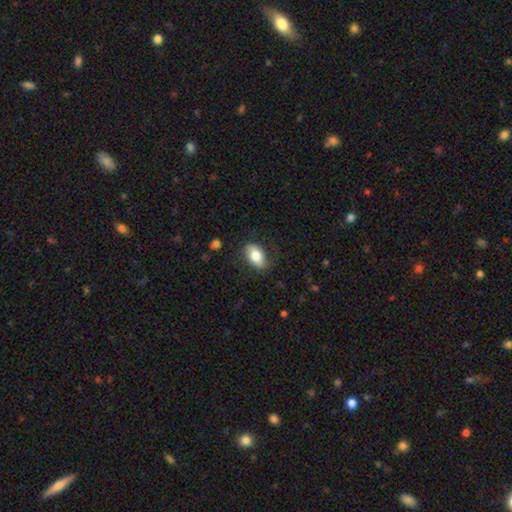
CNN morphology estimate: Smooth or featured: smooth — 72% (featured or disk — 21%)
How rounded: in between — 89% (round — 9%)
Merging: none — 73% (minor disturbance — 19%)